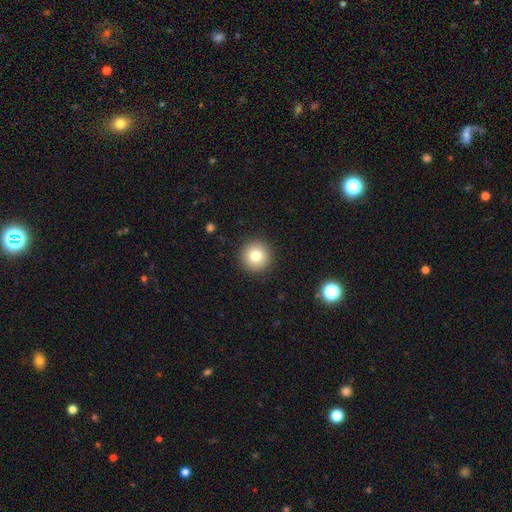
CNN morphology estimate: Q: Smooth or featured?
A: smooth (79%); runner-up: star or artifact (11%)
Q: How rounded?
A: round (96%); runner-up: in between (3%)
Q: Merging?
A: none (92%); runner-up: minor disturbance (5%)